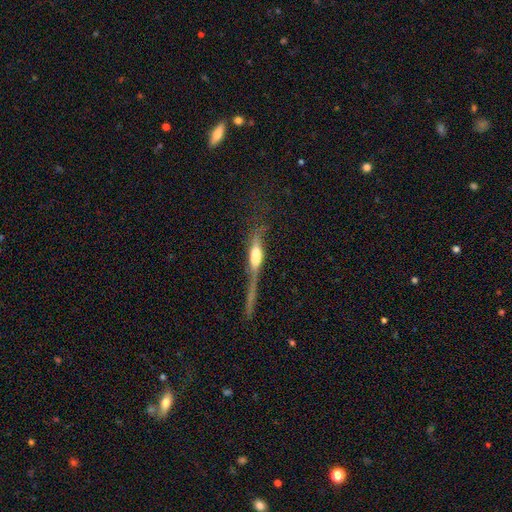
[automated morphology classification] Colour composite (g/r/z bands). It shows a featured or disk galaxy (49%). Merging: major disturbance (34%).